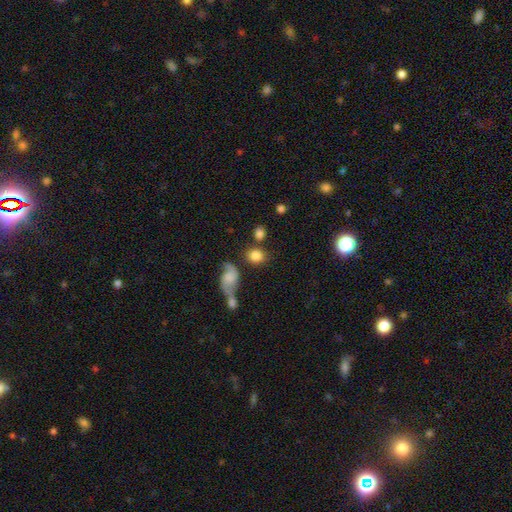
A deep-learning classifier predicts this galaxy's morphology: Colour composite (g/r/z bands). It shows a smooth galaxy with no disk features (80%) that is round (71%). Merging: none (62%).